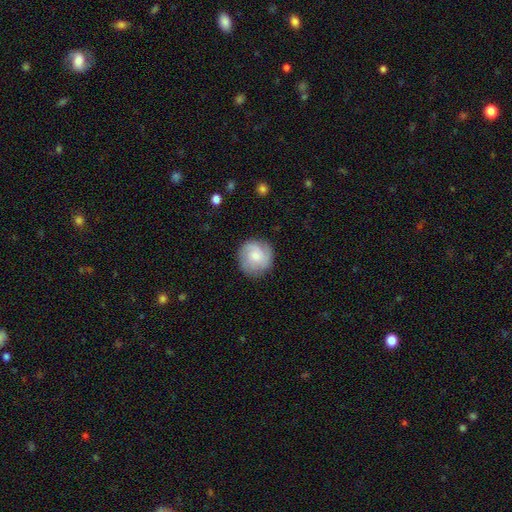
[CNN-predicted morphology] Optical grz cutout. It shows a smooth galaxy with no disk features (48%). Merging: none (82%).